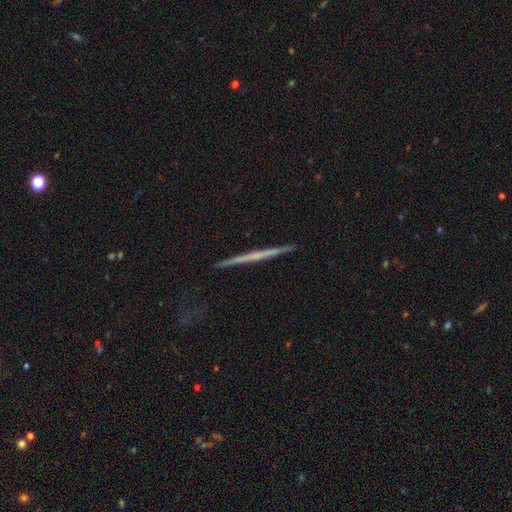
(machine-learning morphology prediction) This is likely a featured or disk galaxy (61%). It is clearly viewed edge-on (98%). Edge-on bulge: clearly none (84%). Merging: clearly none (92%).